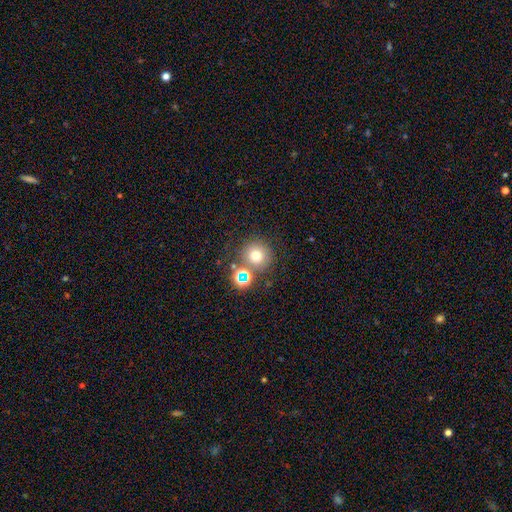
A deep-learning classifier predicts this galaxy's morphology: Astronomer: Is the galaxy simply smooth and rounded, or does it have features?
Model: smooth — 71%.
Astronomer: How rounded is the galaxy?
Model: round — 92%.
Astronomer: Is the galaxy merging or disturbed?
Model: none — 70%.